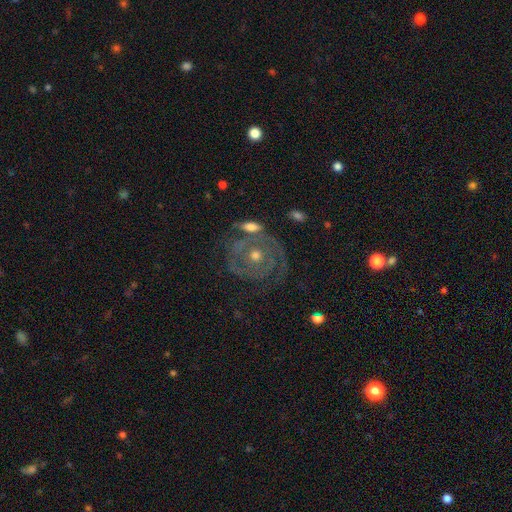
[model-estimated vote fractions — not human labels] Smooth or featured? featured or disk (81%)
Edge-on disk? no (97%)
Bar? no (81%)
Spiral arms? yes (83%)
Spiral winding? tight (72%)
Spiral arm count? 2 (36%)
Bulge size? moderate (62%)
Merging? none (62%)